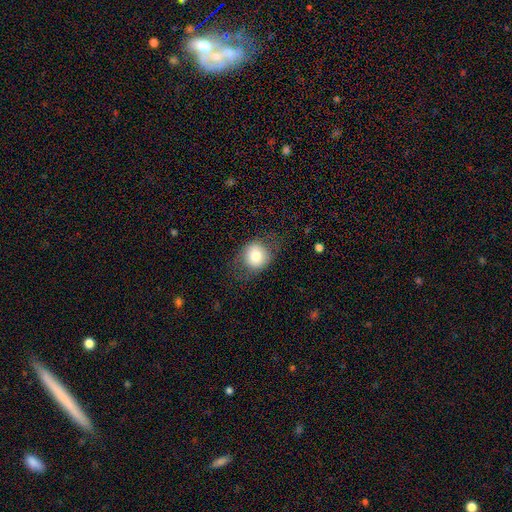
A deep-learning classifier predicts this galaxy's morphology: Overall: smooth (76%). How rounded: round (72%). Merging: none (71%).